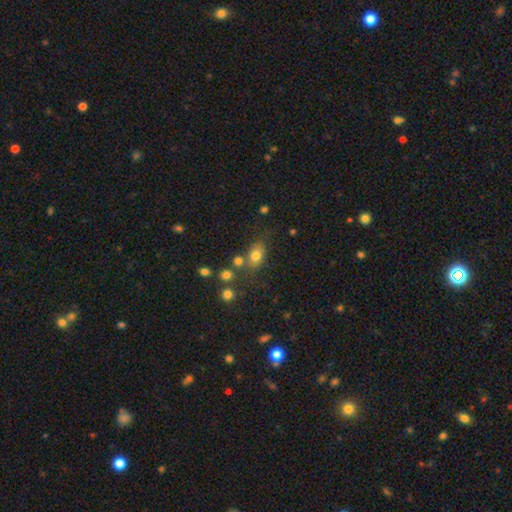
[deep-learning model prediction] A smooth galaxy with no disk features (77%) that is in between round and cigar-shaped (69%). Merging: none (60%).